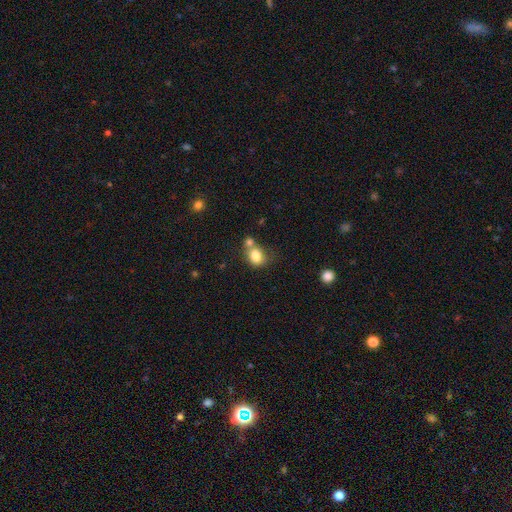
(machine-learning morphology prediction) Q: Smooth or featured?
A: smooth (80%); runner-up: featured or disk (10%)
Q: How rounded?
A: round (50%); runner-up: in between (49%)
Q: Merging?
A: merger (43%); runner-up: none (37%)